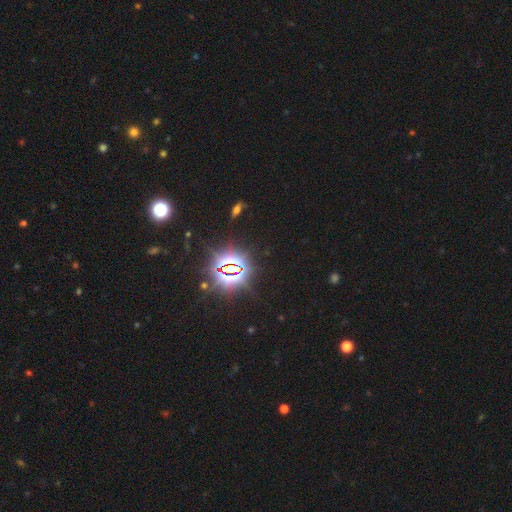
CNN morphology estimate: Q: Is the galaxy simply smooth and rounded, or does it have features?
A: star or artifact — 83%.